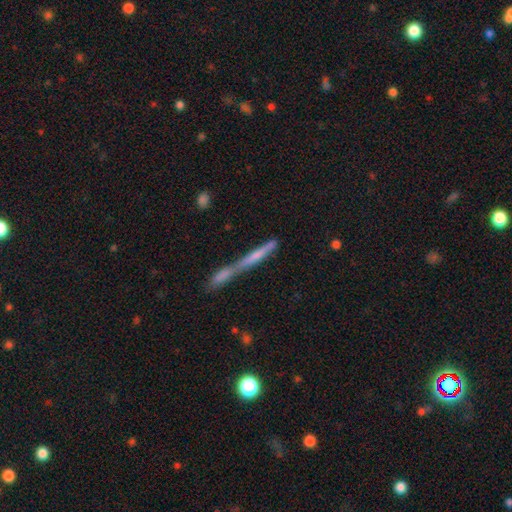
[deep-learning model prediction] A featured or disk galaxy (57%) viewed edge-on (89%) with a rounded central bulge (44%). Merging: none (62%).